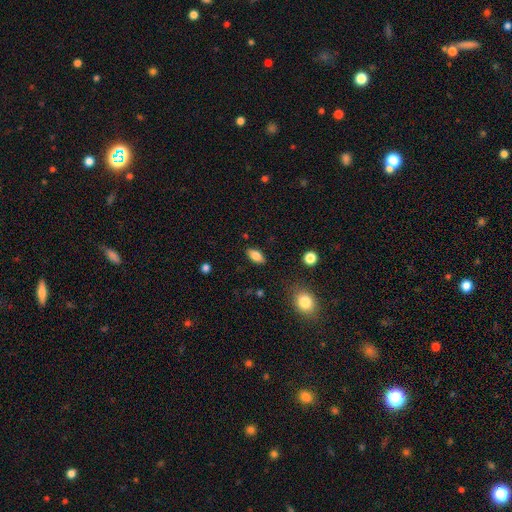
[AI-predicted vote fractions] Smooth or featured: smooth — 82% (featured or disk — 10%)
How rounded: in between — 89% (cigar-shaped — 6%)
Merging: none — 86% (minor disturbance — 10%)